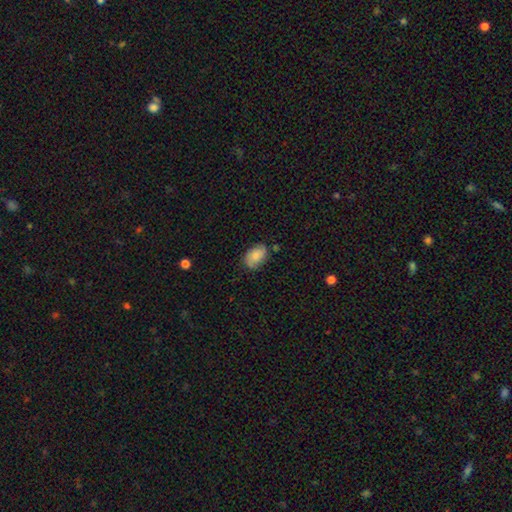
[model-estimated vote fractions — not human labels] Smooth or featured?
  - smooth: 76% *
  - featured or disk: 17%
  - star or artifact: 7%
How rounded?
  - in between: 89% *
  - round: 10%
  - cigar-shaped: 1%
Merging?
  - none: 71% *
  - minor disturbance: 22%
  - major disturbance: 4%
  - merger: 3%